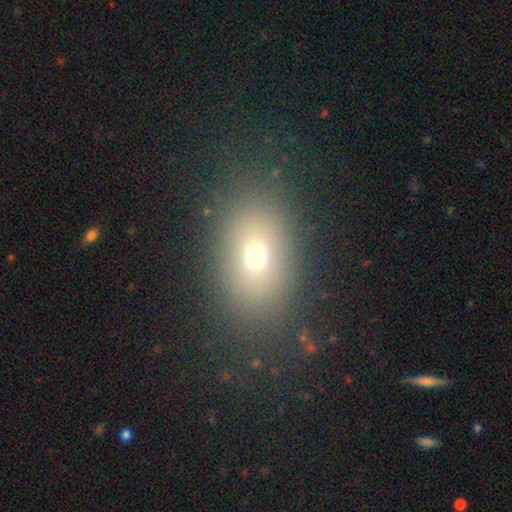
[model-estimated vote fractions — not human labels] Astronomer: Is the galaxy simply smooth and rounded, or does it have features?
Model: smooth — 69%.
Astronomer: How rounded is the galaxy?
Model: in between — 79%.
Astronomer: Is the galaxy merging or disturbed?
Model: none — 84%.